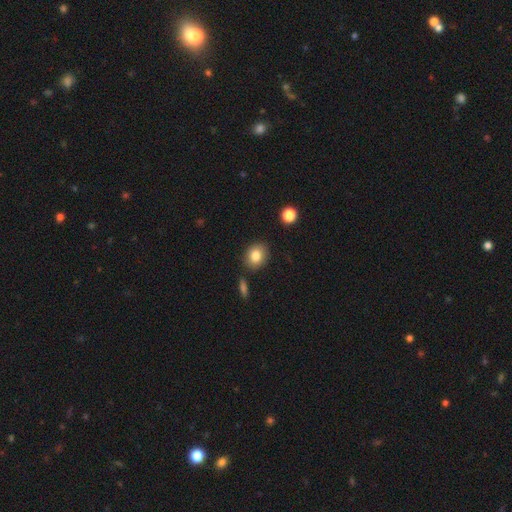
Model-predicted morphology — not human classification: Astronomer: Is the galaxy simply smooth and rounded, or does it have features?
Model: smooth — 82%.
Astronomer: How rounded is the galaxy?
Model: round — 55% (runner-up: in between, 44%).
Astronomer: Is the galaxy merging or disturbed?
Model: none — 85%.